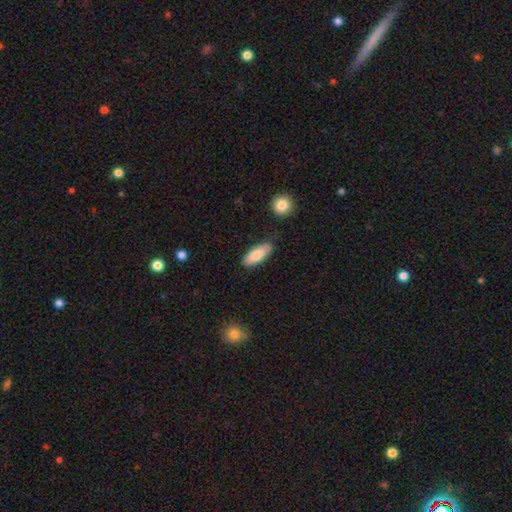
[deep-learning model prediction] Smooth or featured?
  - smooth: 83% *
  - featured or disk: 11%
  - star or artifact: 6%
How rounded?
  - in between: 76% *
  - cigar-shaped: 22%
  - round: 2%
Merging?
  - none: 79% *
  - minor disturbance: 15%
  - merger: 4%
  - major disturbance: 3%